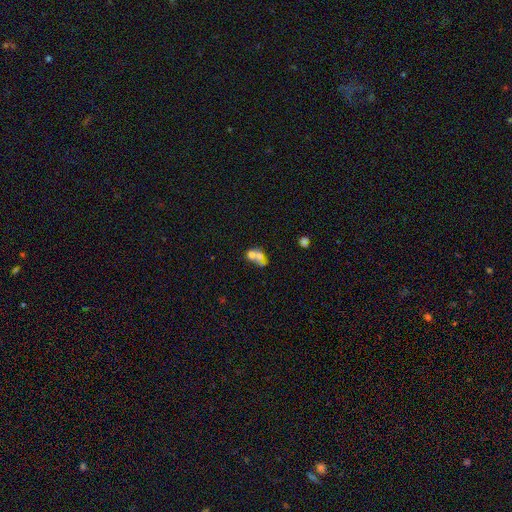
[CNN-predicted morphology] Smooth or featured: smooth — 53% (featured or disk — 33%)
How rounded: in between — 56% (round — 43%)
Merging: merger — 63% (none — 21%)